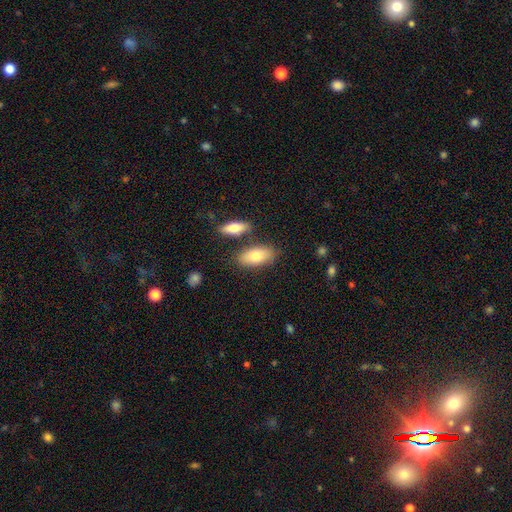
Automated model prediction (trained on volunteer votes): Morphology: type=smooth (78%); roundness=in between (89%); merging=none (72%).